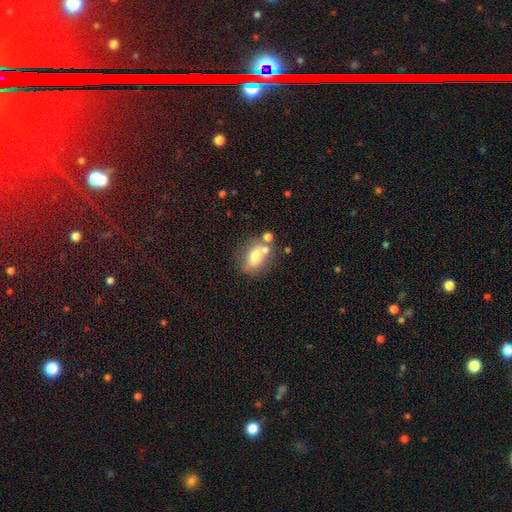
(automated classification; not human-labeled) A smooth galaxy with no disk features (67%) that is in between round and cigar-shaped (69%).

Vote fractions:
- Smooth or featured? smooth: 67% / featured or disk: 23% / star or artifact: 10%
- How rounded? in between: 69% / round: 29% / cigar-shaped: 2%
- Merging? none: 54% / merger: 23% / minor disturbance: 17% / major disturbance: 7%